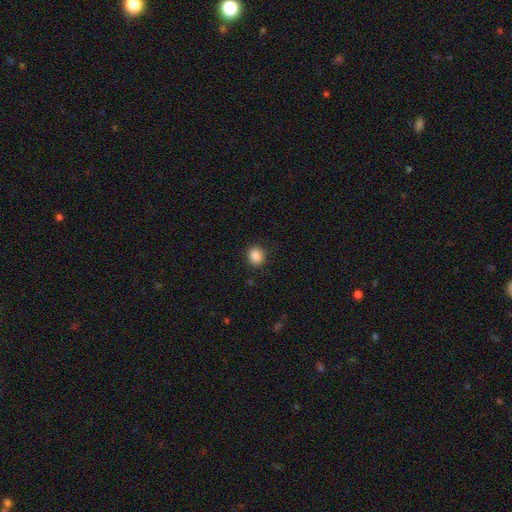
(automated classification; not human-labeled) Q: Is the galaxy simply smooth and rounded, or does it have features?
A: smooth — 88%.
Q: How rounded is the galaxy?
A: round — 68%.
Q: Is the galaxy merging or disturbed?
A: none — 88%.